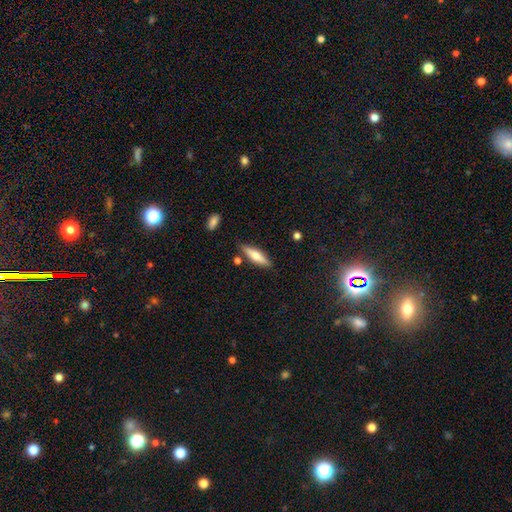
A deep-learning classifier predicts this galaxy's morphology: Q: Smooth or featured?
A: smooth (58%); runner-up: featured or disk (35%)
Q: How rounded?
A: cigar-shaped (64%); runner-up: in between (34%)
Q: Merging?
A: none (81%); runner-up: minor disturbance (12%)